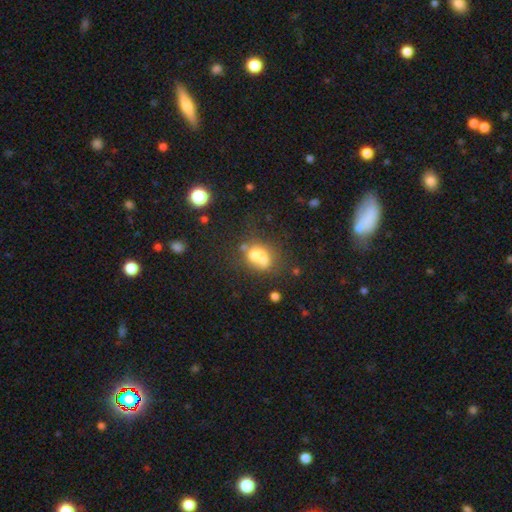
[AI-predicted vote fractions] Overall: smooth (57%; featured or disk 25%). How rounded: in between (57%; round 40%). Merging: merger (42%; none 28%).